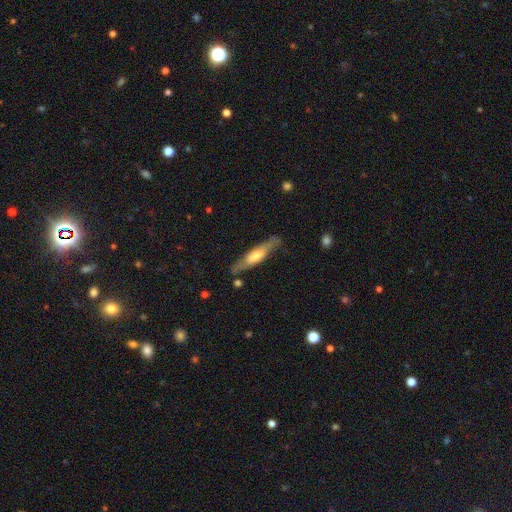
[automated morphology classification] Overall: featured or disk (52%; smooth 42%). Edge-on disk: yes (76%). Merging: none (78%).